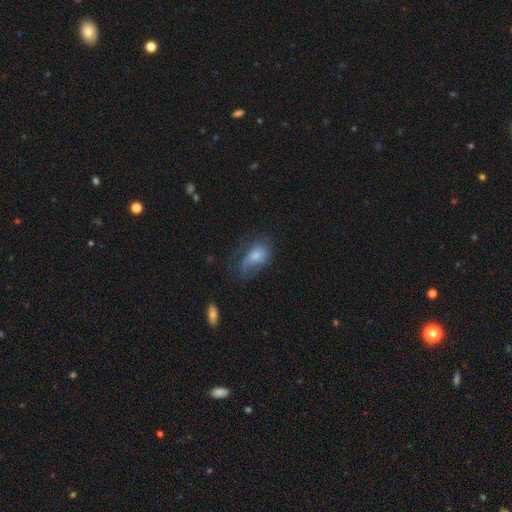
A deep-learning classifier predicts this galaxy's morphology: Overall: smooth (56%; featured or disk 35%). How rounded: in between (87%). Merging: none (36%; major disturbance 33%).